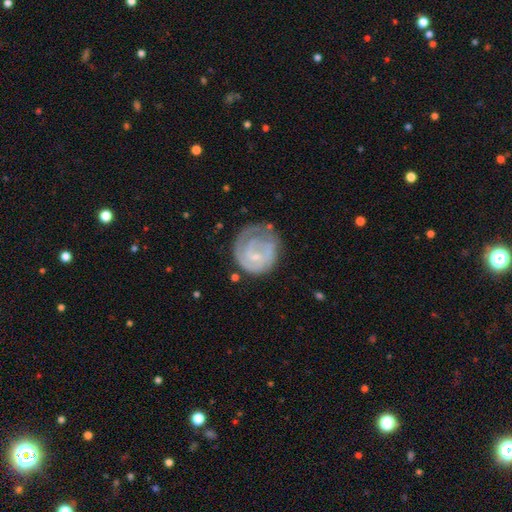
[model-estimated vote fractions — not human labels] Q: Smooth or featured?
A: featured or disk (73%); runner-up: smooth (22%)
Q: Edge-on disk?
A: no (98%); runner-up: yes (2%)
Q: Bar?
A: no (56%); runner-up: weak (38%)
Q: Spiral arms?
A: yes (88%); runner-up: no (12%)
Q: Spiral winding?
A: tight (63%); runner-up: medium (27%)
Q: Spiral arm count?
A: 2 (33%); runner-up: can't tell (27%)
Q: Bulge size?
A: small (70%); runner-up: moderate (17%)
Q: Merging?
A: none (53%); runner-up: minor disturbance (24%)